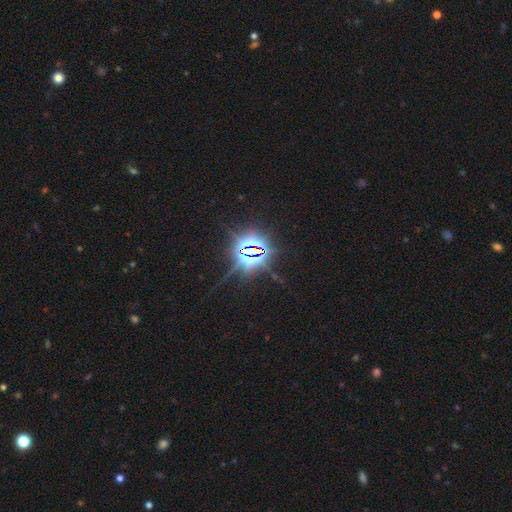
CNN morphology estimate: Smooth or featured? Predicted: star or artifact (p=0.84).